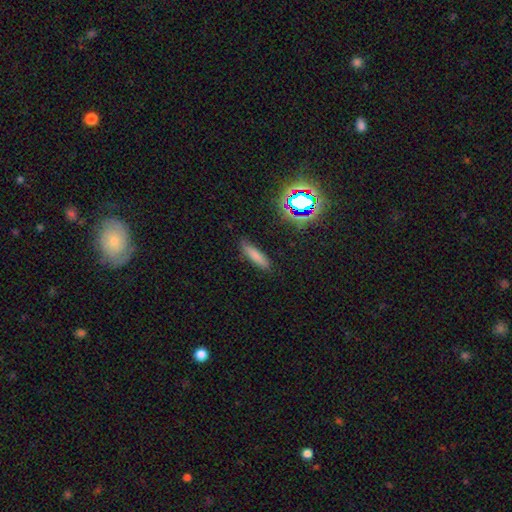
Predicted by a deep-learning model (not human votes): This is likely a smooth galaxy (75%). How rounded: likely cigar-shaped (70%). Merging: clearly none (85%).